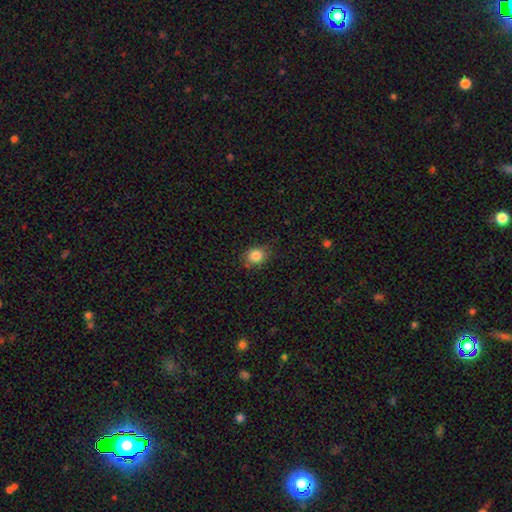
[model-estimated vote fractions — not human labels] Smooth or featured: smooth — 84% (star or artifact — 11%)
How rounded: round — 67% (in between — 32%)
Merging: none — 80% (minor disturbance — 15%)